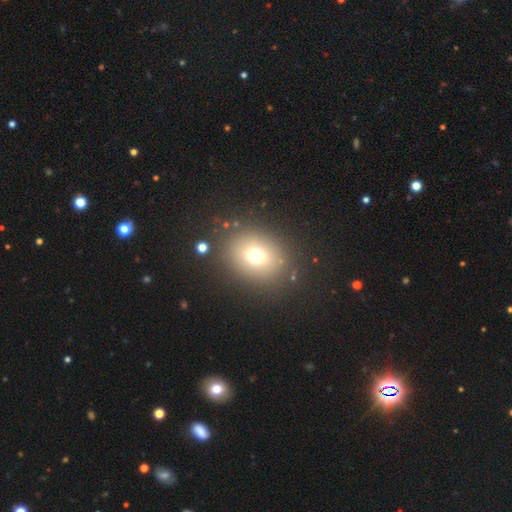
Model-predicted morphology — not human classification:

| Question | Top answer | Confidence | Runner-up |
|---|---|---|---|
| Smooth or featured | smooth | 71% | star or artifact (17%) |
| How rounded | round | 59% | in between (40%) |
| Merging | none | 84% | minor disturbance (9%) |